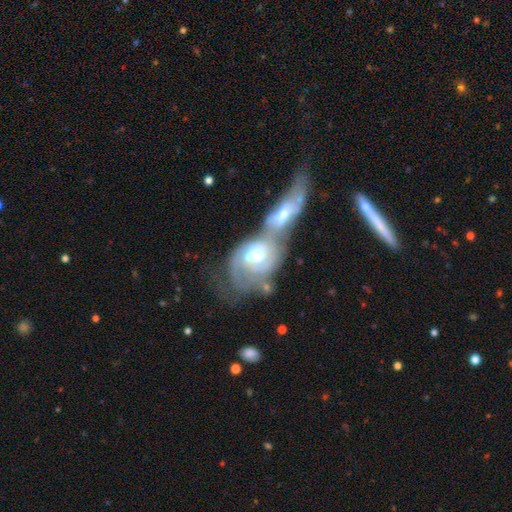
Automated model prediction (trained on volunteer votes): featured or disk 77%, smooth 17%, star or artifact 6%. Down the decision tree: edge-on disk — no (96%); bar — no (51%); spiral arms — yes (85%); spiral arm count — 2 (45%); spiral winding — tight (50%); bulge size — moderate (65%); merging — merger (76%).